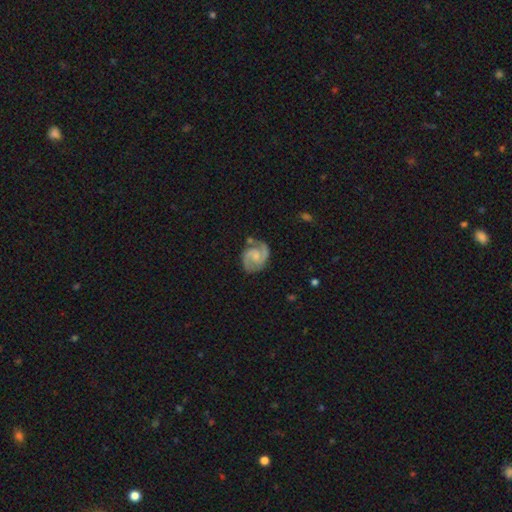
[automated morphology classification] type=featured or disk (88%); edge-on=no (98%); bar=no (51%); spiral arms=yes (98%); winding=medium (56%); arm count=2 (92%); bulge=small (45%); merging=none (74%).